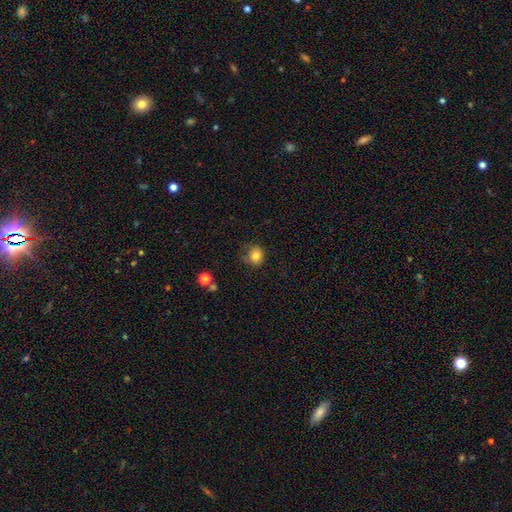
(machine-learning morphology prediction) Smooth or featured? smooth (81%)
How rounded? round (82%)
Merging? none (69%)